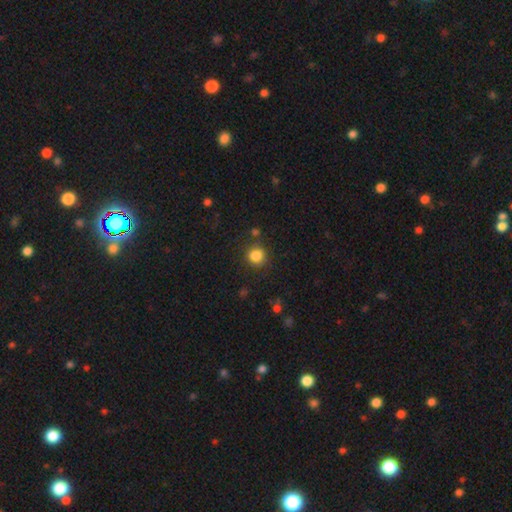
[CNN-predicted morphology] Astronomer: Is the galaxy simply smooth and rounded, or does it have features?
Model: smooth — 84%.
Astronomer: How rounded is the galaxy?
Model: round — 90%.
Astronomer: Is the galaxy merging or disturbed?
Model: none — 84%.